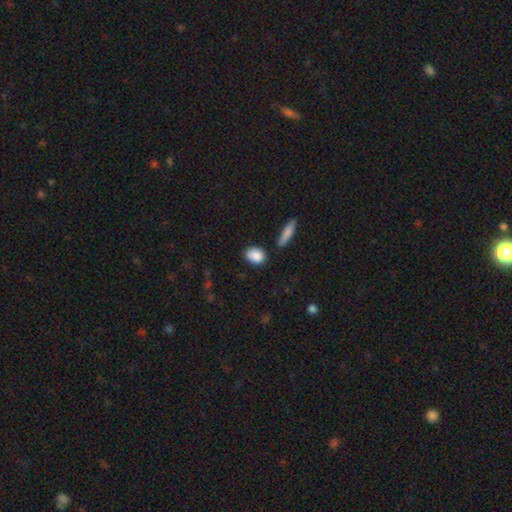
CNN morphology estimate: Overall: smooth (88%). How rounded: in between (72%). Merging: none (81%).